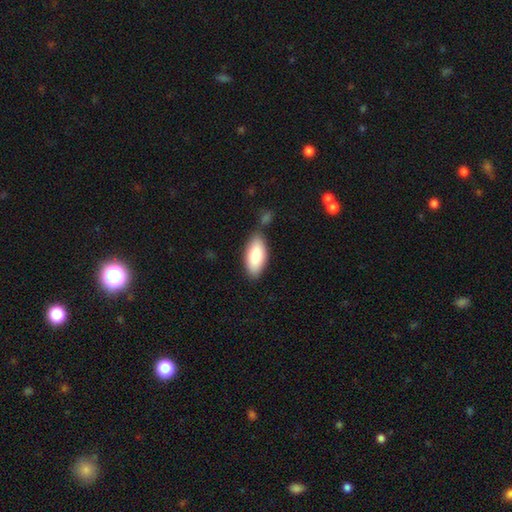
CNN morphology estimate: This appears to be a smooth galaxy with no disk features (84%) that is in between round and cigar-shaped (89%). Merging: none (73%).